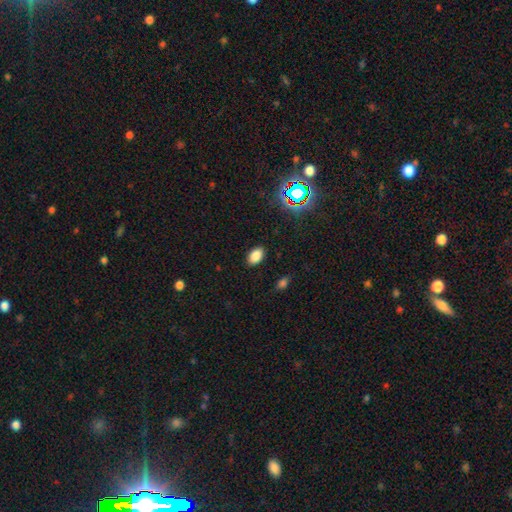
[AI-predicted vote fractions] Q: Smooth or featured?
A: smooth (82%); runner-up: star or artifact (13%)
Q: How rounded?
A: in between (90%); runner-up: round (9%)
Q: Merging?
A: none (88%); runner-up: minor disturbance (8%)